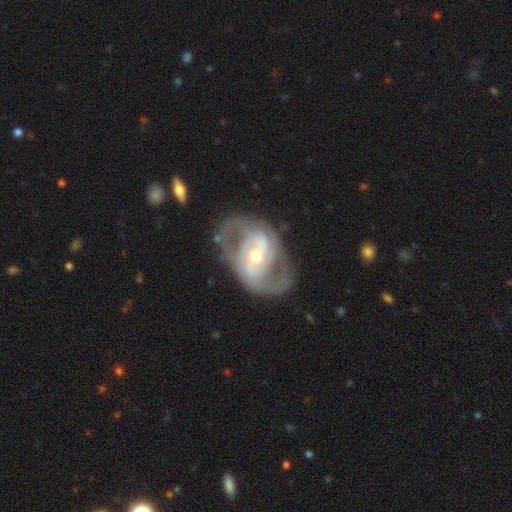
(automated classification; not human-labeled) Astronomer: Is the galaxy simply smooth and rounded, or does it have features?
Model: featured or disk — 88%.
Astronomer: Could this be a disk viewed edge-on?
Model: no — 97%.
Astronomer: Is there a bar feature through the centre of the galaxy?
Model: weak — 41% (runner-up: strong, 31%).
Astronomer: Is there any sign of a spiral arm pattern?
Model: yes — 92%.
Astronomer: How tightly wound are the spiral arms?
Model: medium — 52%.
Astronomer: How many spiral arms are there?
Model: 2 — 83%.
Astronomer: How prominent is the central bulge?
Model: moderate — 53% (runner-up: small, 41%).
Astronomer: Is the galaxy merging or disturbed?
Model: none — 68%.